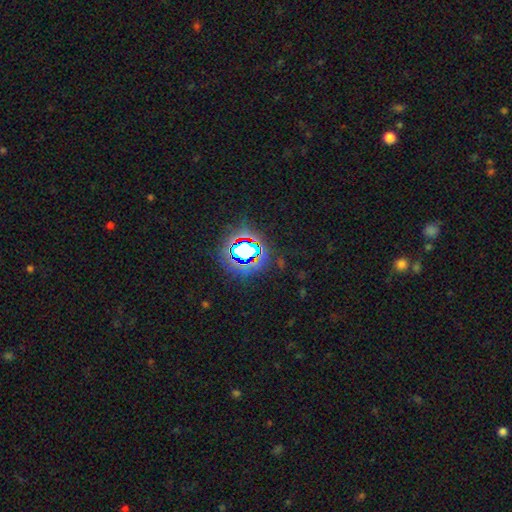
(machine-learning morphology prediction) Smooth or featured: star or artifact — 81% (smooth — 12%)